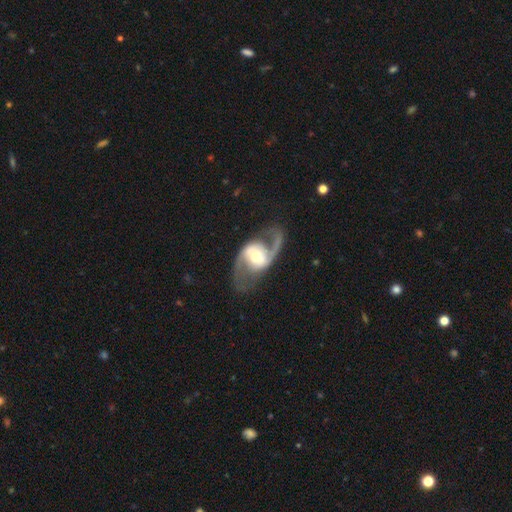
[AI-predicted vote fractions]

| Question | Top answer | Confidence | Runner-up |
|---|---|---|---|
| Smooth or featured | featured or disk | 88% | smooth (7%) |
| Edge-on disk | no | 97% | yes (3%) |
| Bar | weak | 37% | no (35%) |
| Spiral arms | yes | 95% | no (5%) |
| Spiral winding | loose | 50% | medium (42%) |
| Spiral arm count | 2 | 92% | 1 (3%) |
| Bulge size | moderate | 52% | small (31%) |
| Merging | none | 73% | major disturbance (13%) |